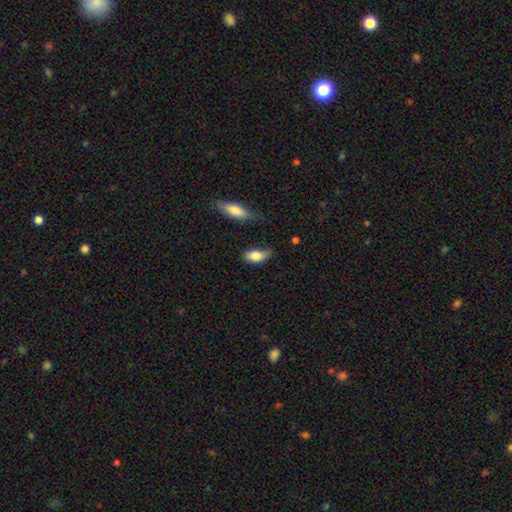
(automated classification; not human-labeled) This is clearly a smooth galaxy (83%). How rounded: clearly in between (87%). Merging: possibly none (46%).